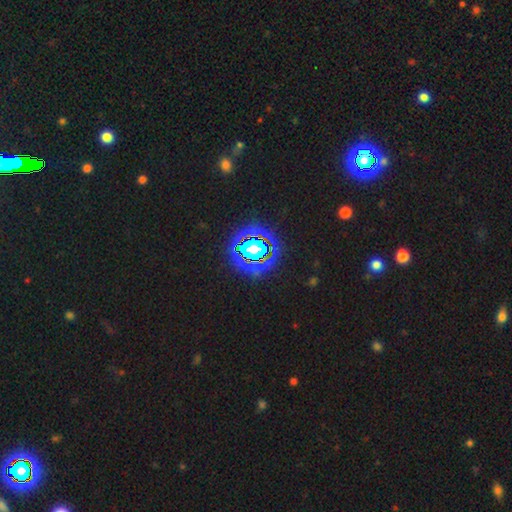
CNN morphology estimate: Smooth or featured?
  - star or artifact: 82% *
  - smooth: 11%
  - featured or disk: 7%